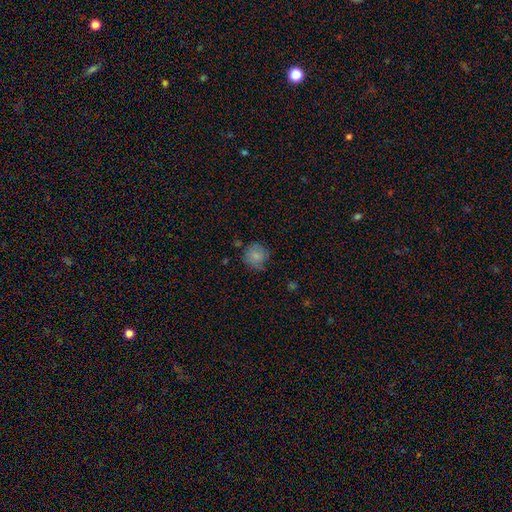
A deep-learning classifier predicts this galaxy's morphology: smooth-or-featured: smooth: 75% | featured or disk: 15% | star or artifact: 9%
  how-rounded: round: 88% | in between: 11% | cigar-shaped: 1%
  merging: none: 65% | minor disturbance: 25% | major disturbance: 7% | merger: 2%